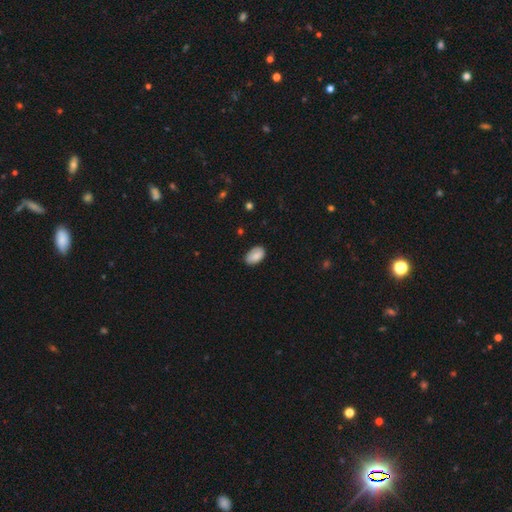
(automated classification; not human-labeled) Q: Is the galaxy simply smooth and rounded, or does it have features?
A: smooth — 86%.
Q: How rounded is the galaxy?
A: in between — 93%.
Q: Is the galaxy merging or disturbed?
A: none — 80%.